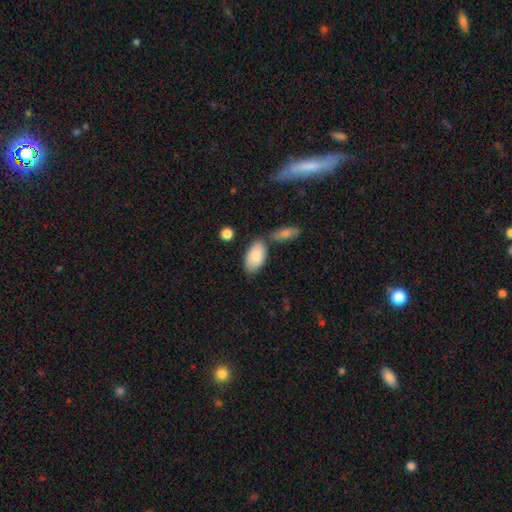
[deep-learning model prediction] This is clearly a smooth galaxy (84%). How rounded: clearly in between (94%). Merging: likely none (64%).